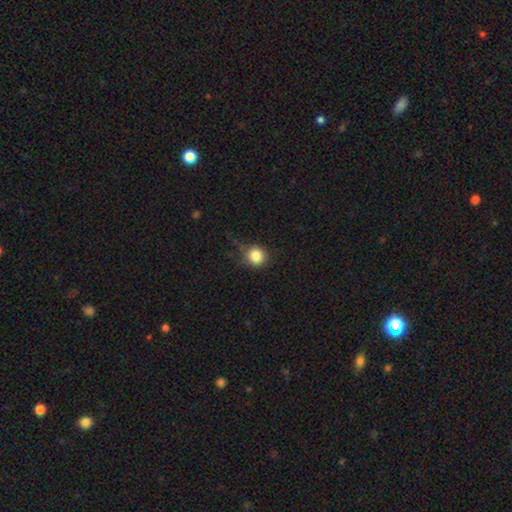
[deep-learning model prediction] Smooth or featured: smooth — 85% (star or artifact — 11%)
How rounded: round — 89% (in between — 10%)
Merging: none — 77% (minor disturbance — 17%)